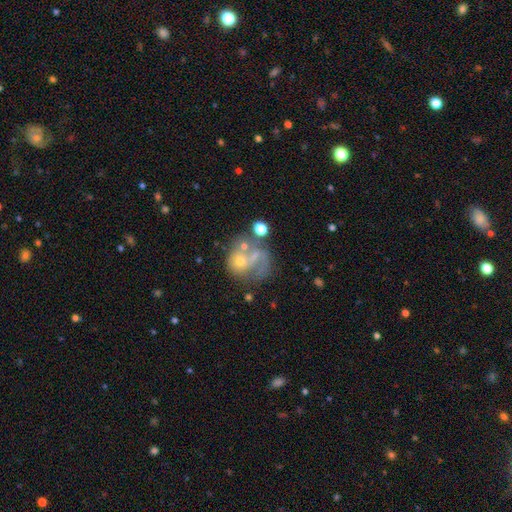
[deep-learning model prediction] Smooth or featured?
  - featured or disk: 49% *
  - smooth: 38%
  - star or artifact: 14%
Merging?
  - major disturbance: 29% * (tied)
  - merger: 29% * (tied)
  - none: 26%
  - minor disturbance: 16%